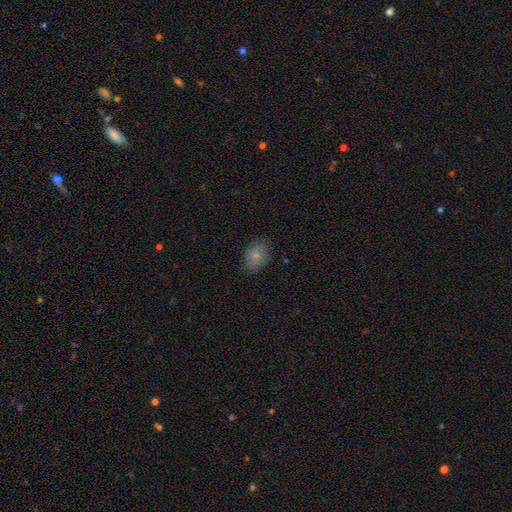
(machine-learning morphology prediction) Smooth or featured? Predicted: smooth (p=0.77). How rounded? Predicted: in between (p=0.74). Merging? Predicted: none (p=0.76).